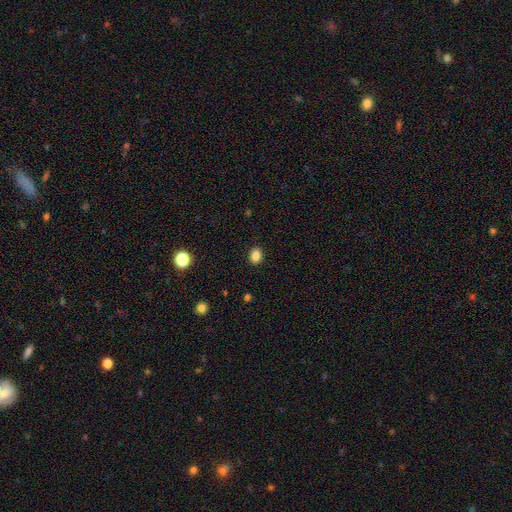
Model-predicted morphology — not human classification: smooth-or-featured: smooth: 85% | star or artifact: 11% | featured or disk: 4%
  how-rounded: in between: 57% | round: 42% | cigar-shaped: 1%
  merging: none: 90% | minor disturbance: 7% | major disturbance: 2% | merger: 1%